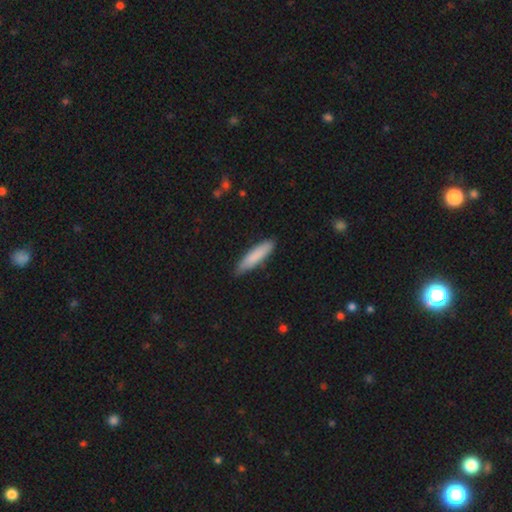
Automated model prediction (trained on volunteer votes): This is clearly a smooth galaxy (84%). How rounded: likely cigar-shaped (80%). Merging: clearly none (83%).